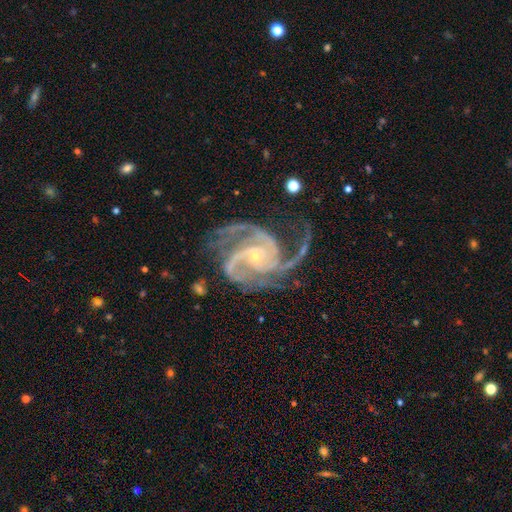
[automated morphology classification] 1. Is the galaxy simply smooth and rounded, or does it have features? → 93% featured or disk, 5% star or artifact, 2% smooth.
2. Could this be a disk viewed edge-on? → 98% no, 2% yes.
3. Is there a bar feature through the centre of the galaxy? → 61% no, 25% weak, 13% strong.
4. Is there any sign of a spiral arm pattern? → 99% yes, 1% no.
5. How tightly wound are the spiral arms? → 54% medium, 35% tight, 10% loose.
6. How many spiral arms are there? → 49% 3, 17% 4, 16% 2, 7% can't tell, 6% more than 4, 6% 1.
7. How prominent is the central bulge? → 84% small, 12% moderate, 2% none, 1% large, 1% dominant.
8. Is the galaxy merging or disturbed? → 61% none, 20% minor disturbance, 17% major disturbance, 2% merger.